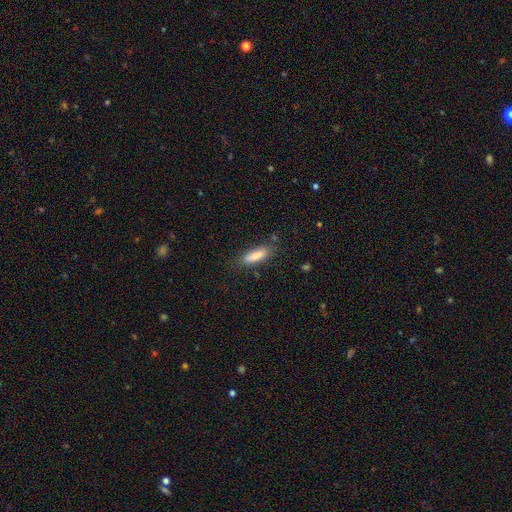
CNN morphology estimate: A smooth galaxy with no disk features (83%) that is cigar-shaped (59%).

Vote fractions:
- Smooth or featured? smooth: 83% / featured or disk: 10% / star or artifact: 7%
- How rounded? cigar-shaped: 59% / in between: 40% / round: 2%
- Merging? none: 79% / minor disturbance: 15% / major disturbance: 4% / merger: 3%